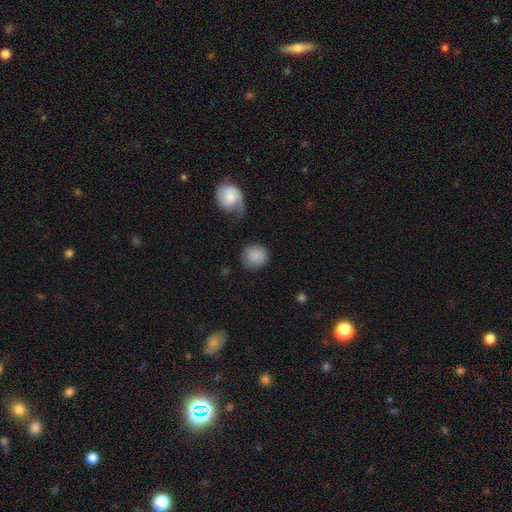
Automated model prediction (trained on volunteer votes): Smooth or featured? smooth (82%)
How rounded? round (87%)
Merging? none (75%)